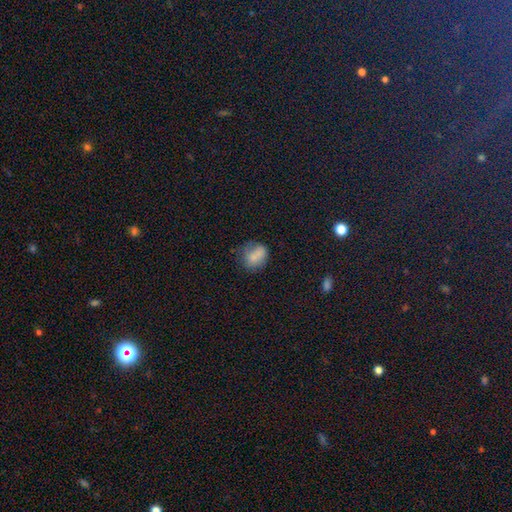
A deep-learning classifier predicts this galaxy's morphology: Smooth or featured: smooth — 76% (featured or disk — 13%)
How rounded: round — 53% (in between — 45%)
Merging: none — 53% (minor disturbance — 28%)